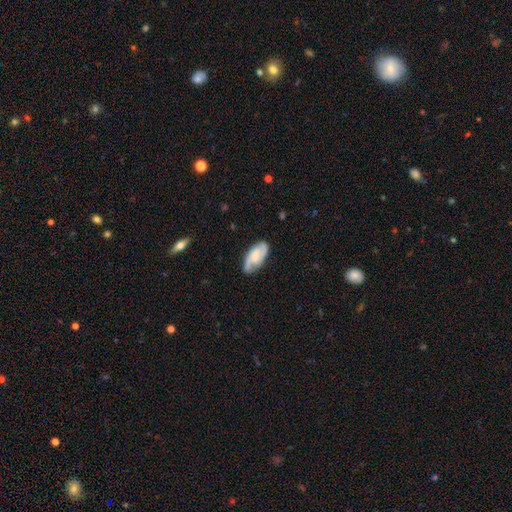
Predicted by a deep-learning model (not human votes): Q: Smooth or featured?
A: featured or disk (67%); runner-up: smooth (26%)
Q: Edge-on disk?
A: no (95%); runner-up: yes (5%)
Q: Bar?
A: no (55%); runner-up: weak (38%)
Q: Spiral arms?
A: yes (94%); runner-up: no (6%)
Q: Spiral winding?
A: medium (47%); runner-up: tight (35%)
Q: Spiral arm count?
A: 2 (73%); runner-up: can't tell (11%)
Q: Bulge size?
A: small (42%); runner-up: moderate (28%)
Q: Merging?
A: none (77%); runner-up: minor disturbance (17%)